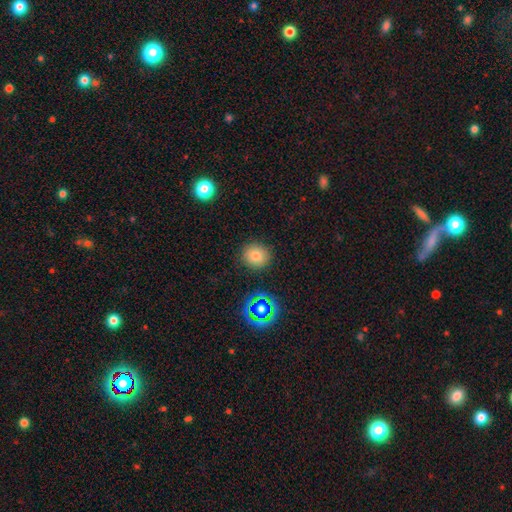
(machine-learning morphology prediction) Q: Smooth or featured?
A: smooth (78%); runner-up: star or artifact (15%)
Q: How rounded?
A: round (87%); runner-up: in between (12%)
Q: Merging?
A: none (89%); runner-up: minor disturbance (7%)